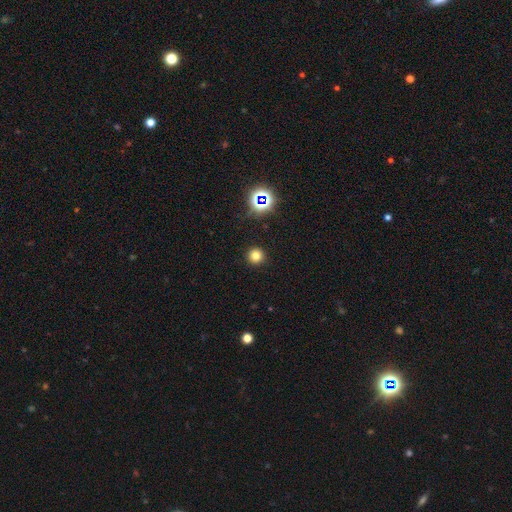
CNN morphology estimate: smooth-or-featured: smooth: 75% | star or artifact: 19% | featured or disk: 6%
  how-rounded: round: 95% | in between: 4% | cigar-shaped: 1%
  merging: none: 92% | minor disturbance: 5% | major disturbance: 2% | merger: 1%